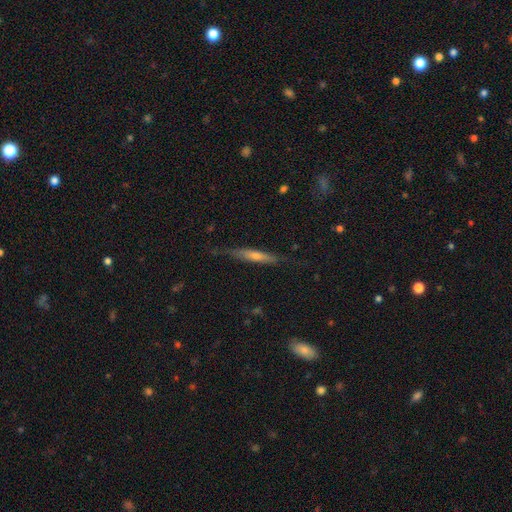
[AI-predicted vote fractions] Smooth or featured?
  - featured or disk: 53% *
  - smooth: 40%
  - star or artifact: 7%
Edge-on disk?
  - yes: 92% *
  - no: 8%
Merging?
  - none: 77% *
  - minor disturbance: 17%
  - major disturbance: 4%
  - merger: 2%